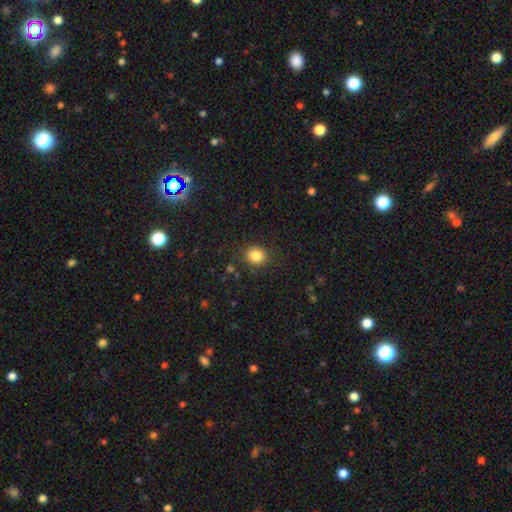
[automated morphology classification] Overall: smooth (84%). How rounded: round (78%). Merging: none (87%).